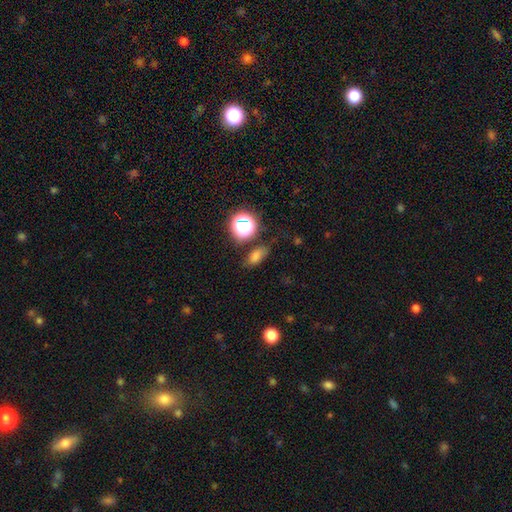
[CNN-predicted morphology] smooth 67%, star or artifact 23%, featured or disk 10%. Down the decision tree: how rounded — in between (74%); merging — none (72%).